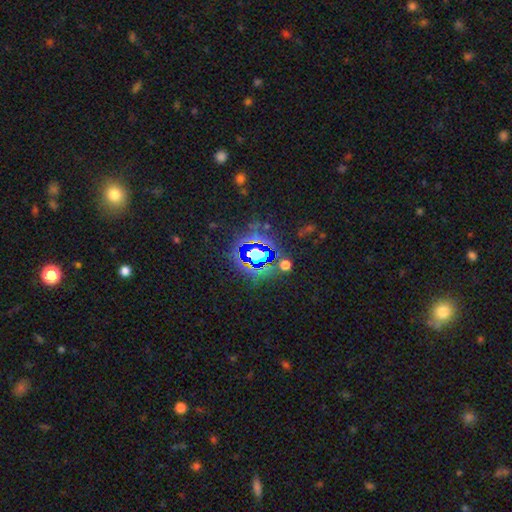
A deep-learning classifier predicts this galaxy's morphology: Smooth or featured?
  - star or artifact: 77% *
  - smooth: 15%
  - featured or disk: 8%